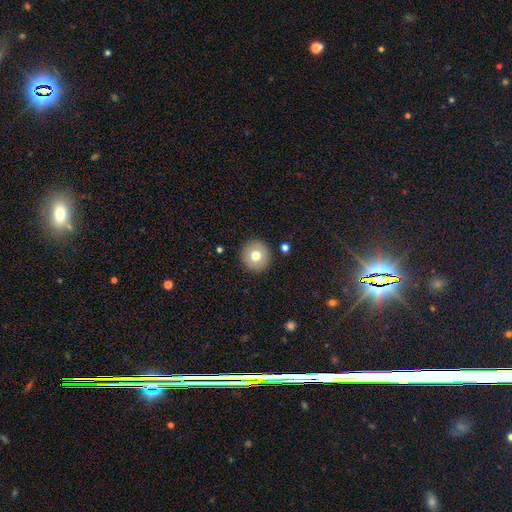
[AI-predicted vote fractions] Smooth or featured? Predicted: smooth (p=0.73). How rounded? Predicted: round (p=0.95). Merging? Predicted: none (p=0.91).